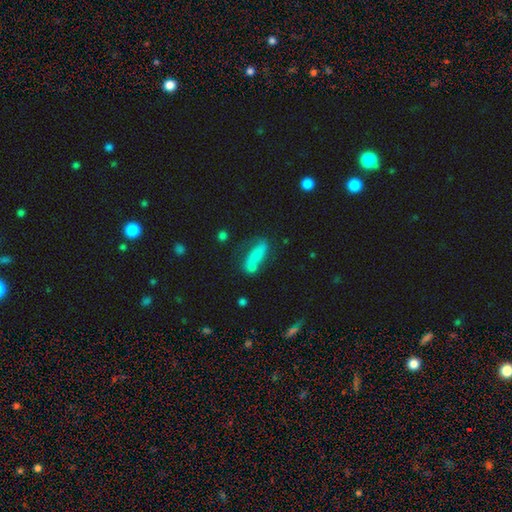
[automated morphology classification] This is likely a smooth galaxy (63%). How rounded: likely in between (62%). Merging: marginally none (44%).